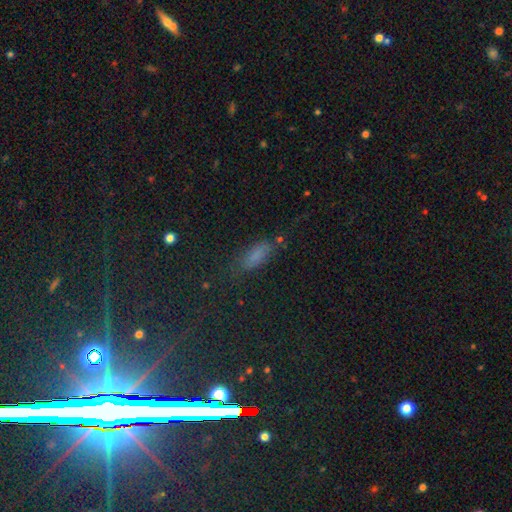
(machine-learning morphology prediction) smooth_or_featured: smooth (p=0.70) [alt: star or artifact p=0.19]
how_rounded: in between (p=0.68) [alt: cigar-shaped p=0.28]
merging: none (p=0.68) [alt: minor disturbance p=0.21]